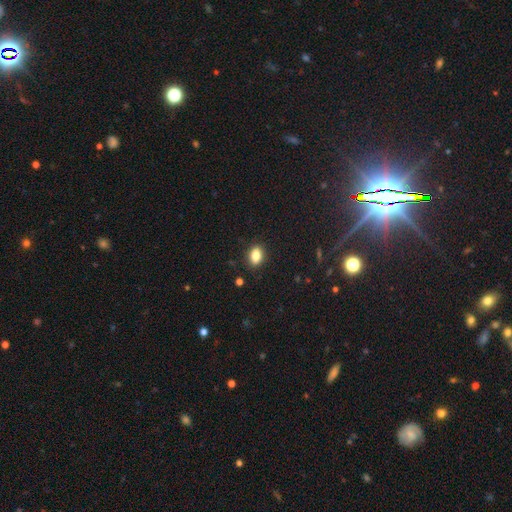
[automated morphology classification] Overall: smooth (84%). How rounded: in between (83%). Merging: none (88%).